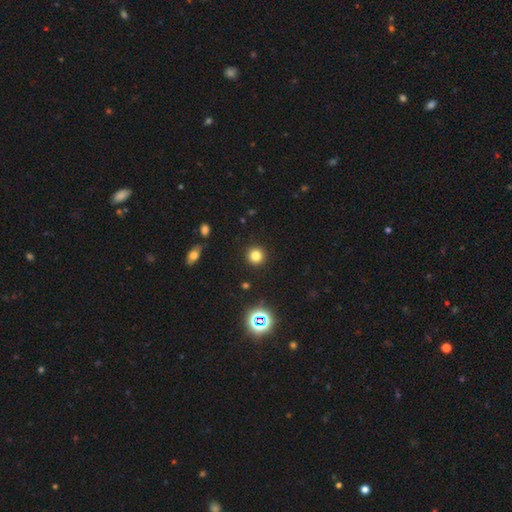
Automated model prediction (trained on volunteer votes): smooth 79%, star or artifact 16%, featured or disk 6%. Down the decision tree: how rounded — round (94%); merging — none (92%).